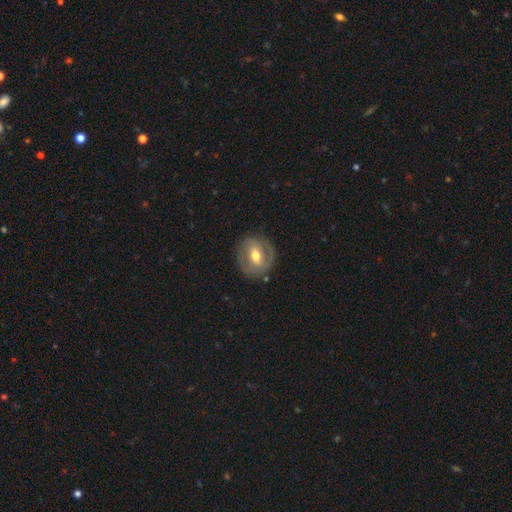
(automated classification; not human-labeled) smooth-or-featured: featured or disk: 55% | smooth: 38% | star or artifact: 6%
  disk-edge-on: no: 94% | yes: 6%
    bar: weak: 45% | strong: 30% | no: 24%
    has-spiral-arms: no: 52% | yes: 48%
    bulge-size: moderate: 75% | small: 13% | large: 10% | dominant: 1% | none: 1%
  merging: none: 82% | minor disturbance: 12% | major disturbance: 5% | merger: 2%